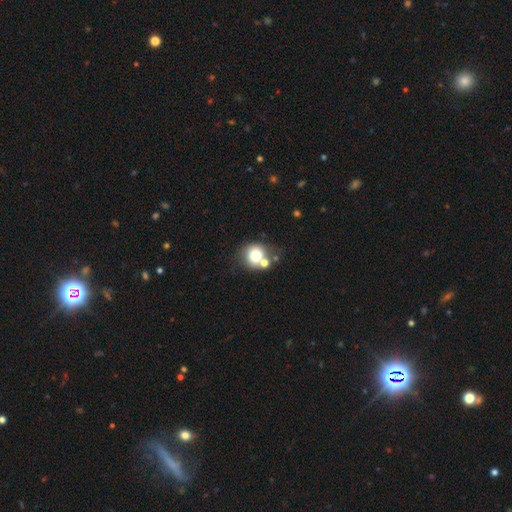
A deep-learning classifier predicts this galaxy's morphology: Smooth or featured? Predicted: smooth (p=0.74). How rounded? Predicted: round (p=0.84). Merging? Predicted: none (p=0.56).